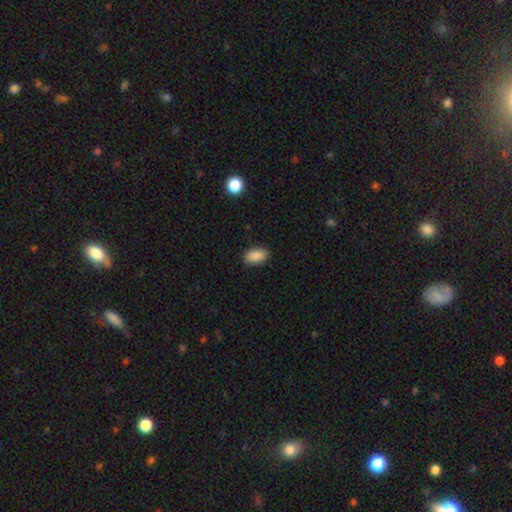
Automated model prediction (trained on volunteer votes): This appears to be a smooth galaxy with no disk features (89%) that is in between round and cigar-shaped (92%). Merging: none (86%).